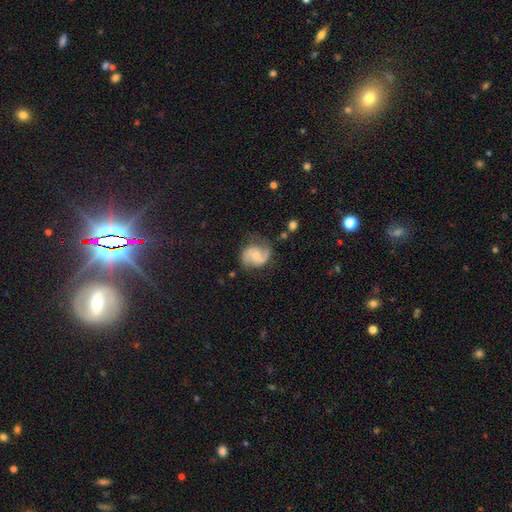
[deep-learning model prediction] A featured or disk galaxy (76%) with no bar (55%), 2 (87%) medium (50%) spiral arms (95%) and a small central bulge (46%, tied with moderate). Merging: none (68%).